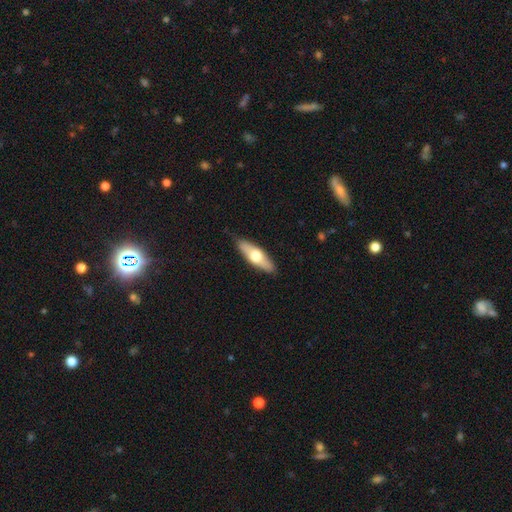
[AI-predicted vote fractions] Smooth or featured?
  - smooth: 51% *
  - featured or disk: 44%
  - star or artifact: 5%
How rounded?
  - in between: 51% *
  - cigar-shaped: 47%
  - round: 2%
Merging?
  - none: 86% *
  - minor disturbance: 11%
  - major disturbance: 2%
  - merger: 1%